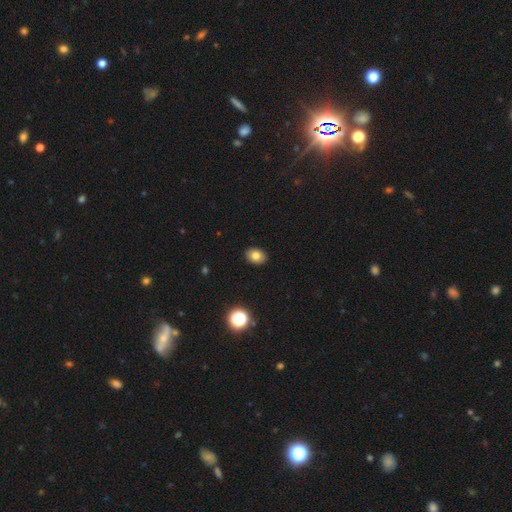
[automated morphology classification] Overall: smooth (79%). How rounded: in between (71%). Merging: none (91%).